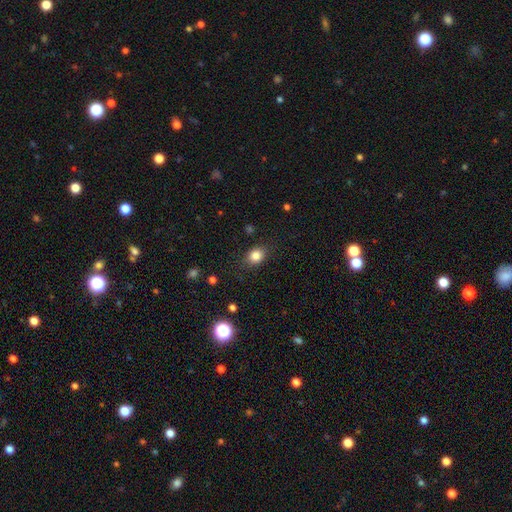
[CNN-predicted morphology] smooth-or-featured: smooth: 83% | star or artifact: 11% | featured or disk: 6%
  how-rounded: in between: 55% | round: 44% | cigar-shaped: 1%
  merging: none: 84% | minor disturbance: 12% | major disturbance: 3% | merger: 1%